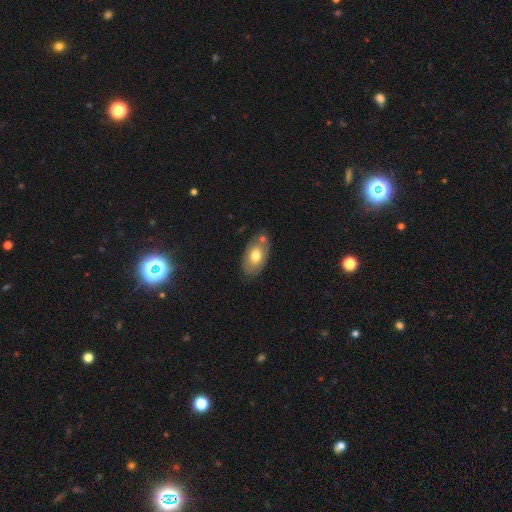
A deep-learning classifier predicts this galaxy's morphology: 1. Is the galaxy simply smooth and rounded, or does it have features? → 66% smooth, 27% featured or disk, 7% star or artifact.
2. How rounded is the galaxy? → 92% in between, 6% round, 2% cigar-shaped.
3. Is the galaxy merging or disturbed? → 68% none, 17% minor disturbance, 10% merger, 4% major disturbance.